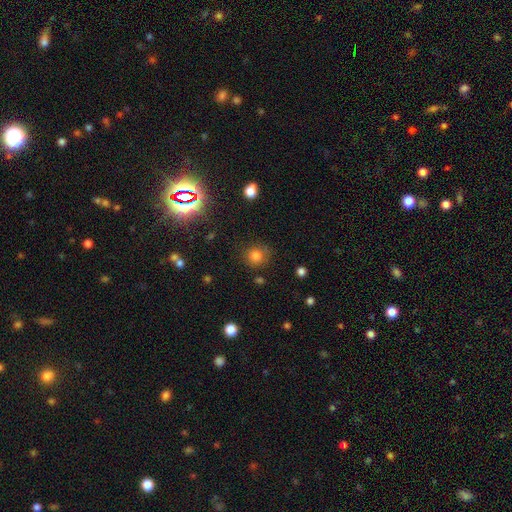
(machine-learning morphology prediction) Overall: smooth (79%). How rounded: round (88%). Merging: none (81%).